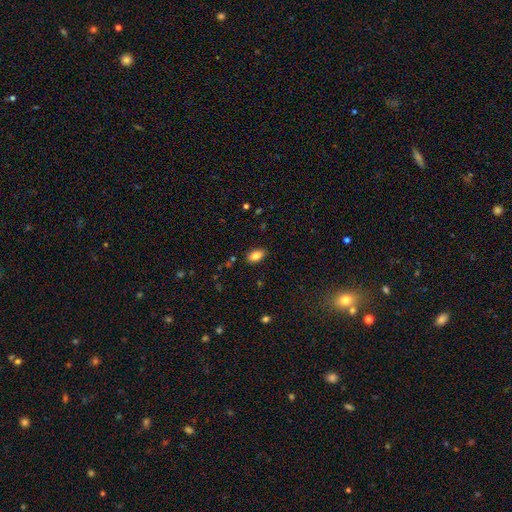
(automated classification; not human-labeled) This is clearly a smooth galaxy (85%). How rounded: clearly in between (90%). Merging: clearly none (86%).